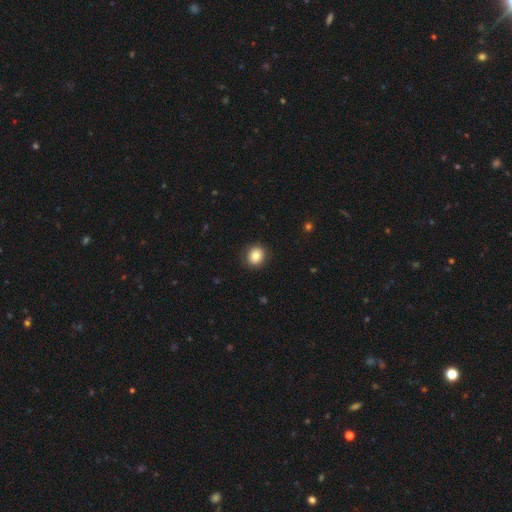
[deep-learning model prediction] Q: Smooth or featured?
A: smooth (83%); runner-up: star or artifact (9%)
Q: How rounded?
A: round (81%); runner-up: in between (18%)
Q: Merging?
A: none (88%); runner-up: minor disturbance (8%)